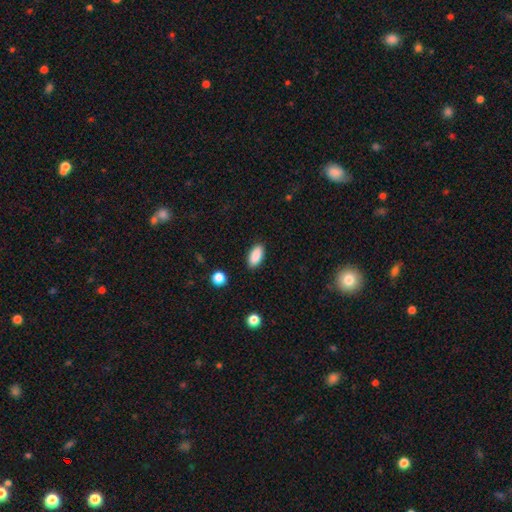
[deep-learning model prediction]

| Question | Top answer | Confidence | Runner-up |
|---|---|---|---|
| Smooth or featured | smooth | 88% | star or artifact (7%) |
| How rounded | in between | 89% | cigar-shaped (8%) |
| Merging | none | 88% | minor disturbance (9%) |